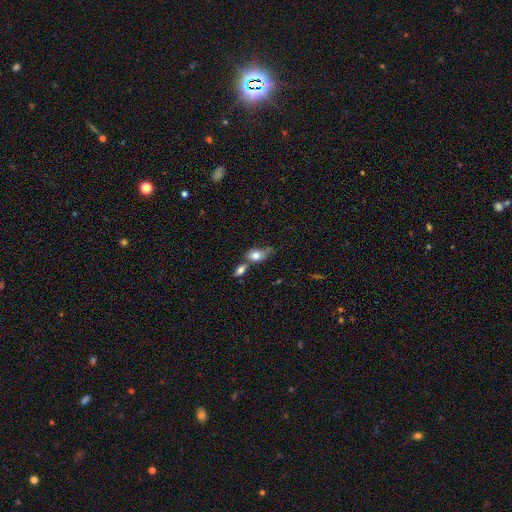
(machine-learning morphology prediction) A smooth galaxy with no disk features (78%) that is in between round and cigar-shaped (76%).

Vote fractions:
- Smooth or featured? smooth: 78% / featured or disk: 13% / star or artifact: 8%
- How rounded? in between: 76% / round: 20% / cigar-shaped: 4%
- Merging? merger: 43% / none: 32% / minor disturbance: 17% / major disturbance: 8%